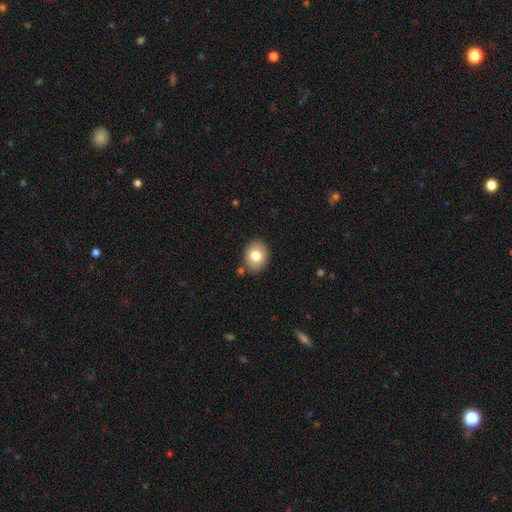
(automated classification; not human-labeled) Smooth or featured? Predicted: smooth (p=0.77). How rounded? Predicted: in between (p=0.56). Merging? Predicted: none (p=0.83).